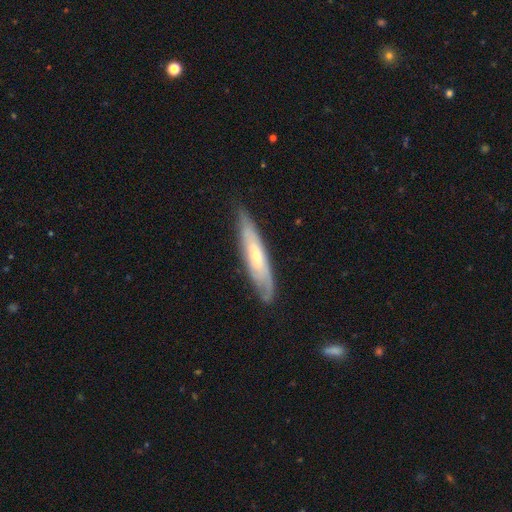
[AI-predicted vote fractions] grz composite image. It shows a featured or disk galaxy (59%) viewed edge-on (56%). Merging: none (78%).